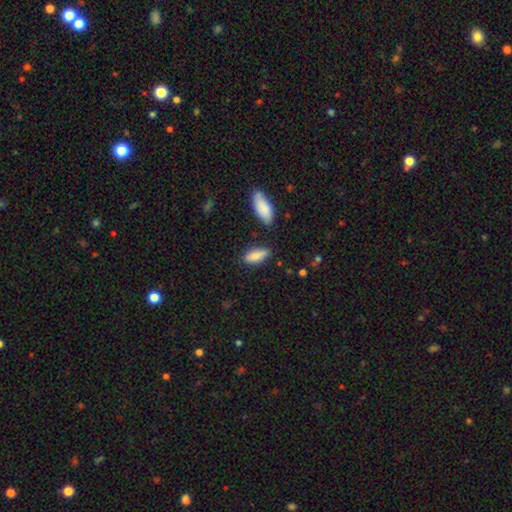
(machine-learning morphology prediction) Q: Smooth or featured?
A: smooth (80%); runner-up: featured or disk (14%)
Q: How rounded?
A: in between (58%); runner-up: cigar-shaped (40%)
Q: Merging?
A: none (72%); runner-up: minor disturbance (18%)